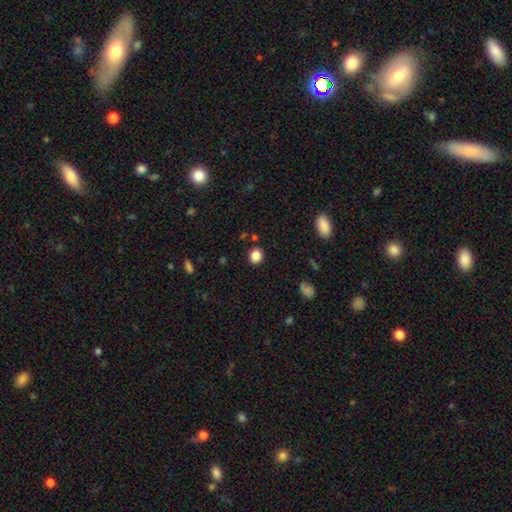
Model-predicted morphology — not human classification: A smooth galaxy with no disk features (85%) that is round (70%).

Vote fractions:
- Smooth or featured? smooth: 85% / star or artifact: 11% / featured or disk: 4%
- How rounded? round: 70% / in between: 29% / cigar-shaped: 1%
- Merging? none: 87% / minor disturbance: 8% / major disturbance: 3% / merger: 2%